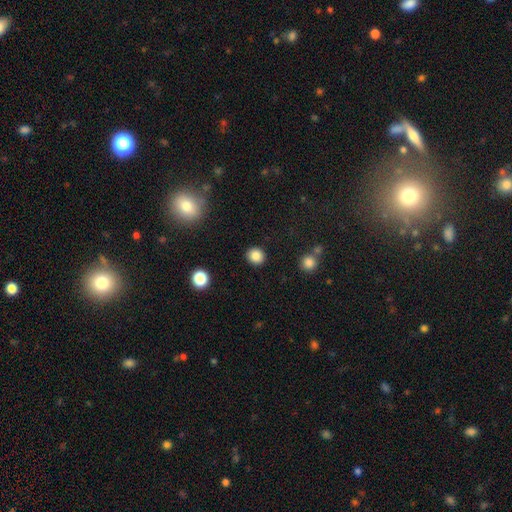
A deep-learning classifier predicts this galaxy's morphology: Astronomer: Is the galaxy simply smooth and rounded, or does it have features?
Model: smooth — 85%.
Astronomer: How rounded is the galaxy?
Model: round — 88%.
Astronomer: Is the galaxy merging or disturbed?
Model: none — 91%.